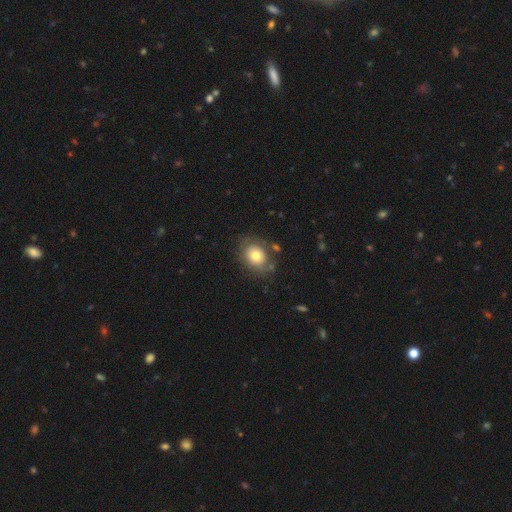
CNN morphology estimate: Smooth or featured: smooth — 70% (featured or disk — 21%)
How rounded: in between — 55% (round — 44%)
Merging: none — 69% (minor disturbance — 18%)